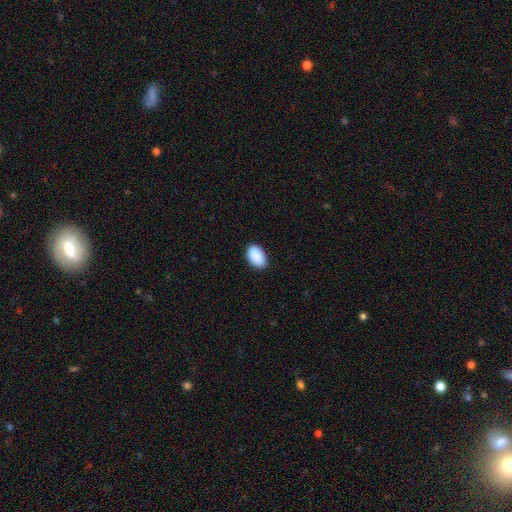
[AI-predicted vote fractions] Smooth or featured? smooth (91%)
How rounded? in between (92%)
Merging? none (85%)